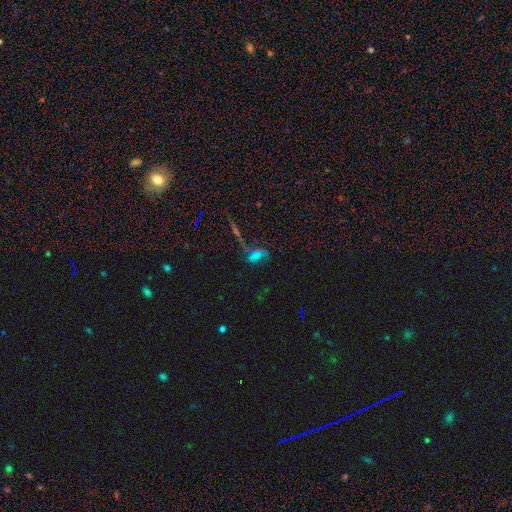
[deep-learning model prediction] Morphology: type=star or artifact (44%).